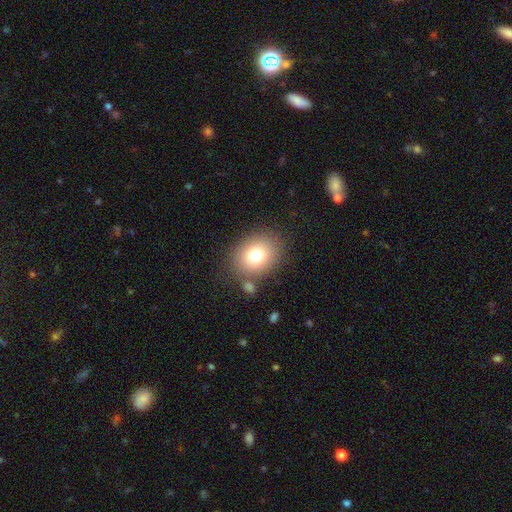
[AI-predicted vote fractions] smooth_or_featured: smooth (p=0.78) [alt: featured or disk p=0.11]
how_rounded: round (p=0.50) [alt: in between p=0.49]
merging: none (p=0.77) [alt: minor disturbance p=0.11]